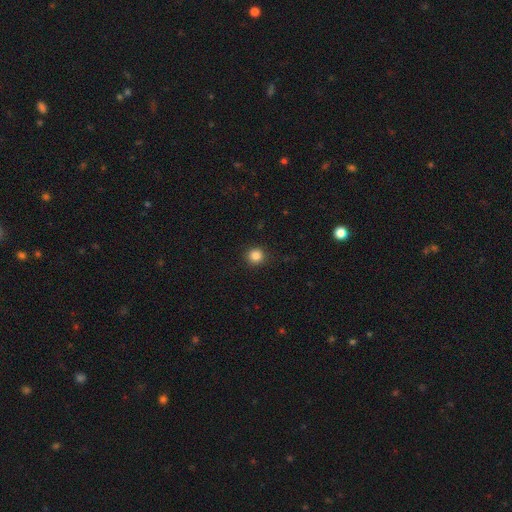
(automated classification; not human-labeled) smooth-or-featured: smooth: 85% | star or artifact: 12% | featured or disk: 4%
  how-rounded: round: 94% | in between: 5% | cigar-shaped: 1%
  merging: none: 91% | minor disturbance: 6% | major disturbance: 2% | merger: 1%